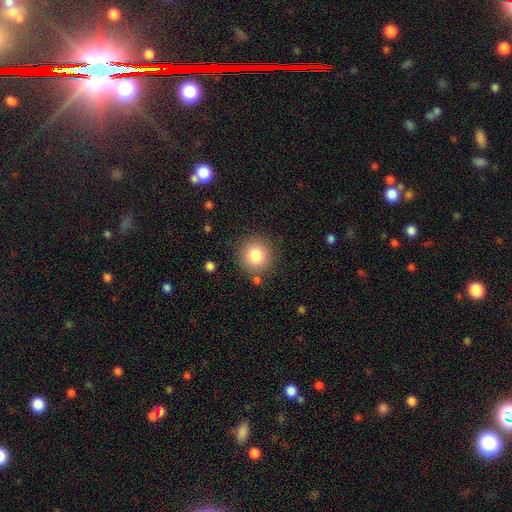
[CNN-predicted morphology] A smooth galaxy with no disk features (82%) that is round (92%).

Vote fractions:
- Smooth or featured? smooth: 82% / star or artifact: 10% / featured or disk: 8%
- How rounded? round: 92% / in between: 7% / cigar-shaped: 1%
- Merging? none: 85% / minor disturbance: 8% / merger: 3% / major disturbance: 3%